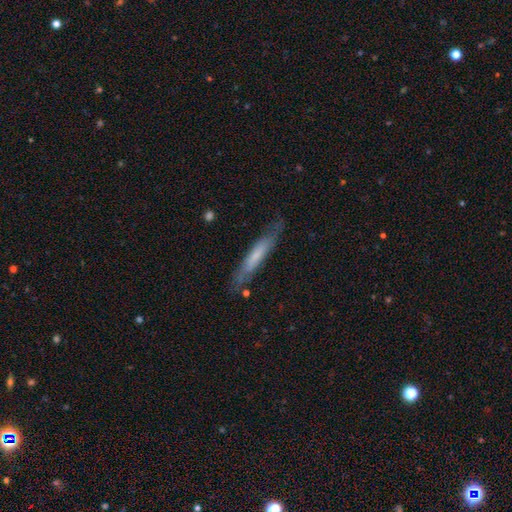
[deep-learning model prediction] Overall: smooth (52%; featured or disk 41%). How rounded: cigar-shaped (92%). Merging: none (77%).